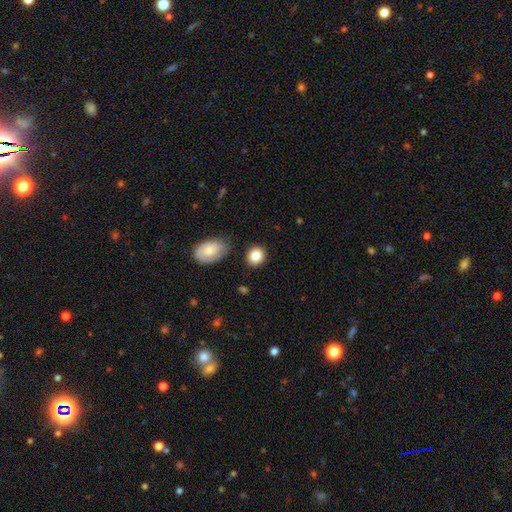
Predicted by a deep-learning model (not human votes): Q: Smooth or featured?
A: smooth (84%); runner-up: star or artifact (9%)
Q: How rounded?
A: round (72%); runner-up: in between (27%)
Q: Merging?
A: none (83%); runner-up: minor disturbance (10%)